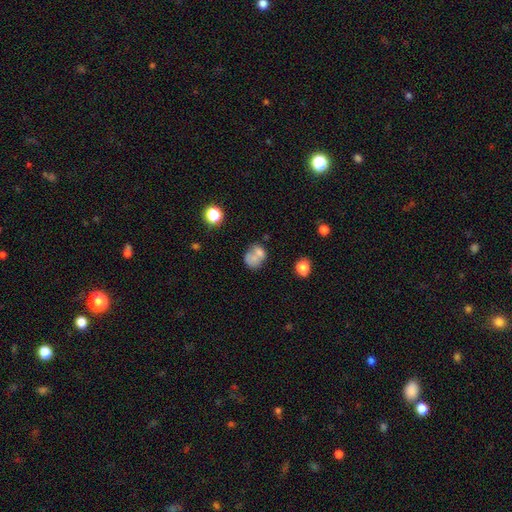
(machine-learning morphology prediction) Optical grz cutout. It shows a smooth galaxy with no disk features (61%) that is round (56%). Merging: merger (41%).